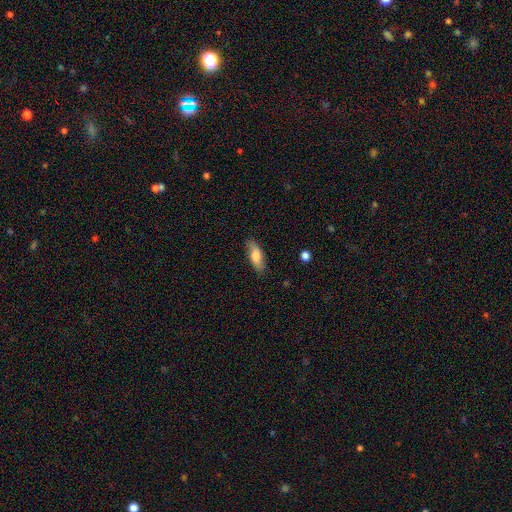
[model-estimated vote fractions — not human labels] Smooth or featured? smooth (70%)
How rounded? in between (69%)
Merging? none (78%)